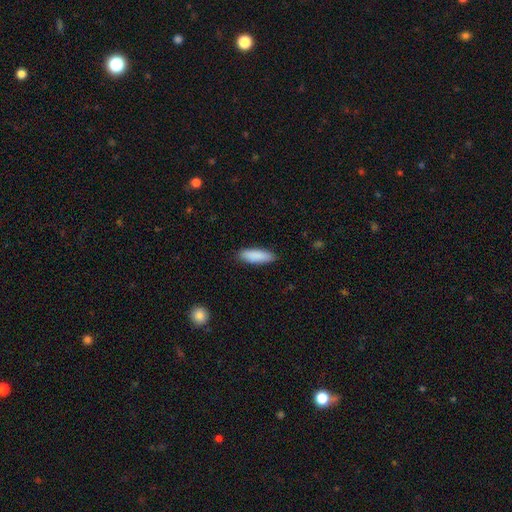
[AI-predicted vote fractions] smooth-or-featured: smooth: 89% | star or artifact: 6% | featured or disk: 5%
  how-rounded: cigar-shaped: 52% | in between: 46% | round: 2%
  merging: none: 89% | minor disturbance: 8% | major disturbance: 2% | merger: 1%